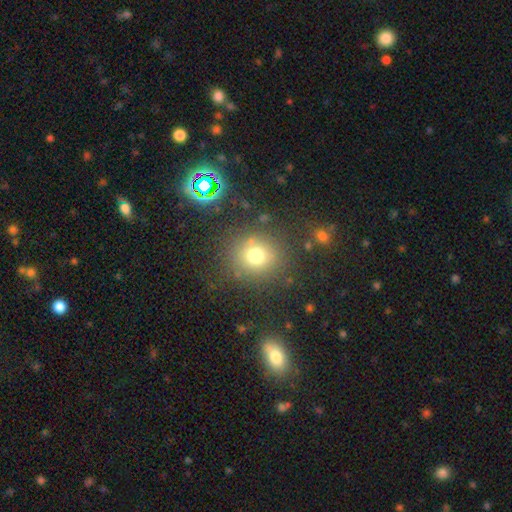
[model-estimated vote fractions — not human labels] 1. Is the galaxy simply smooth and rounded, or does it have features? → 72% smooth, 18% star or artifact, 10% featured or disk.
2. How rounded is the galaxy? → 85% round, 14% in between, 1% cigar-shaped.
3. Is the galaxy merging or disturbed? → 81% none, 10% minor disturbance, 5% major disturbance, 4% merger.